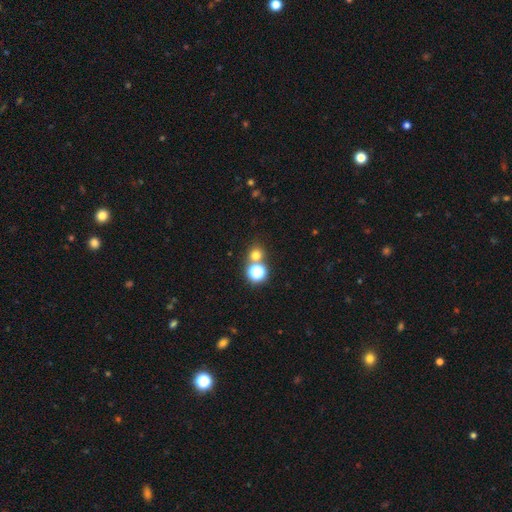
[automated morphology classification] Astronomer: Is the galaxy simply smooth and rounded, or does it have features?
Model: smooth — 68%.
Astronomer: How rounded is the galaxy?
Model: round — 88%.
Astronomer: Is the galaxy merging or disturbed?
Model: none — 68%.